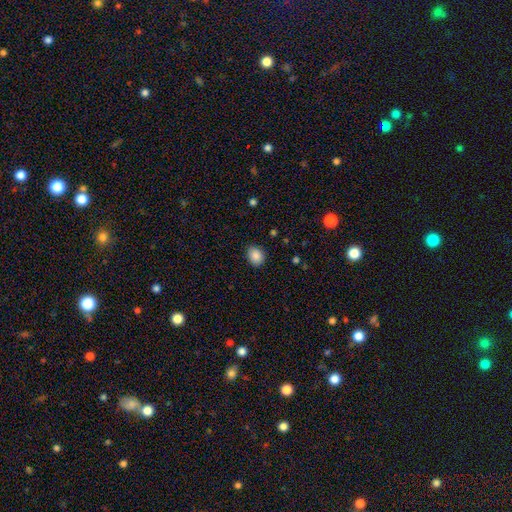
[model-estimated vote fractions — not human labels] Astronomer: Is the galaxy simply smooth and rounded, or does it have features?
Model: smooth — 87%.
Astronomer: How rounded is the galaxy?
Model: round — 53% (runner-up: in between, 46%).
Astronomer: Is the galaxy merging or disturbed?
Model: none — 85%.